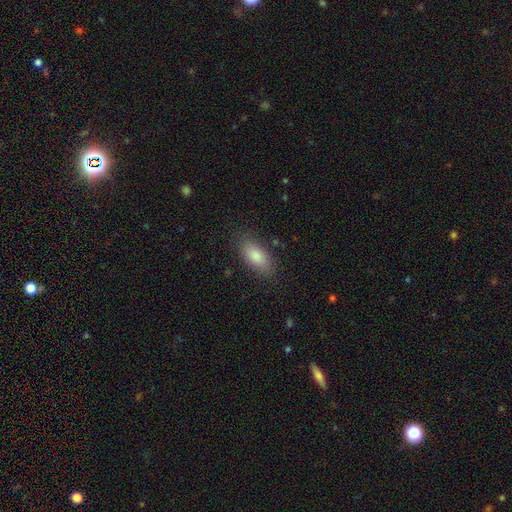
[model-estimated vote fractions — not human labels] Smooth or featured? Predicted: smooth (p=0.82). How rounded? Predicted: in between (p=0.84). Merging? Predicted: none (p=0.85).